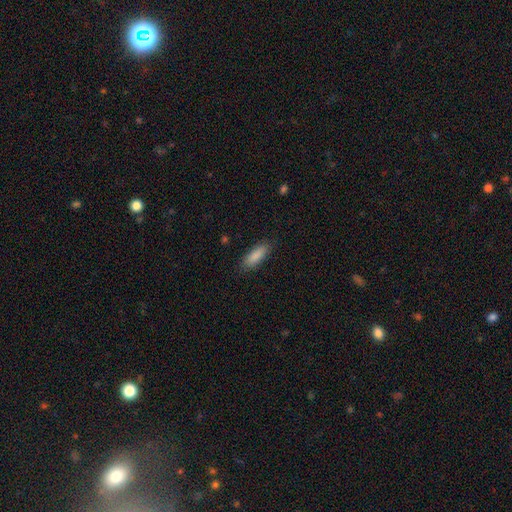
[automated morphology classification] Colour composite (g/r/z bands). It shows a smooth galaxy with no disk features (88%) that is in between round and cigar-shaped (59%). Merging: none (85%).